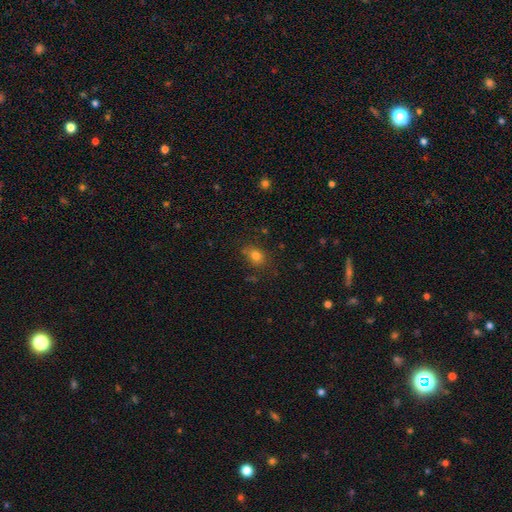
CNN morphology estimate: This appears to be a smooth galaxy with no disk features (79%) that is in between round and cigar-shaped (54%). Merging: none (71%).